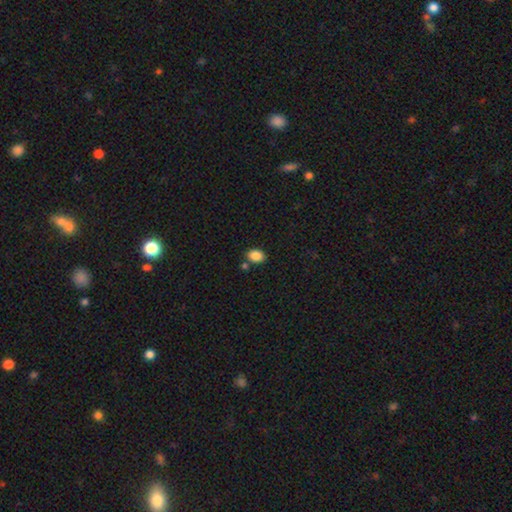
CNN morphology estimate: The model was most divided on "how rounded": in between: 74%, round: 25%, cigar-shaped: 1%. More confident: smooth or featured — smooth (87%); merging — none (76%).